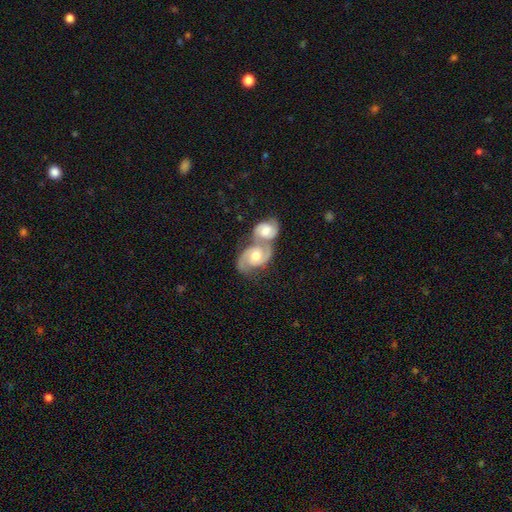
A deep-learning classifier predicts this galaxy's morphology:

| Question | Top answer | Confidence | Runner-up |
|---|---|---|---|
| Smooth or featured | featured or disk | 85% | smooth (10%) |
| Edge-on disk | no | 97% | yes (3%) |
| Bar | no | 59% | weak (32%) |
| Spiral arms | yes | 96% | no (4%) |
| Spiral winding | medium | 54% | tight (32%) |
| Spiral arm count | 2 | 91% | can't tell (4%) |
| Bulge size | moderate | 74% | small (15%) |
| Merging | merger | 72% | none (18%) |